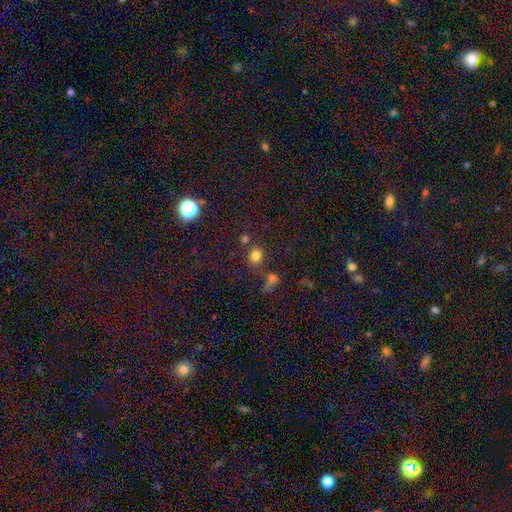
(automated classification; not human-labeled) Morphology: type=smooth (78%); roundness=round (76%); merging=none (70%).